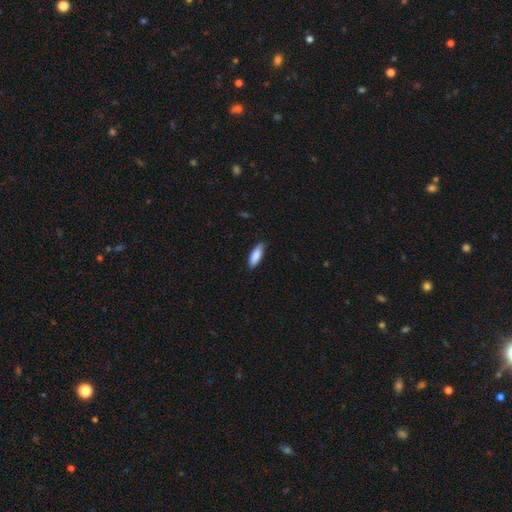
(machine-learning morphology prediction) Smooth or featured? Predicted: smooth (p=0.87). How rounded? Predicted: in between (p=0.67). Merging? Predicted: none (p=0.81).